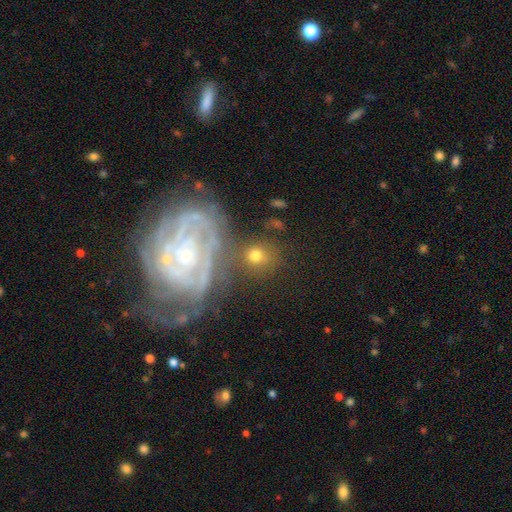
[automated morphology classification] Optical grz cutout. It shows a smooth galaxy with no disk features (58%) that is round (79%). Merging: none (65%).